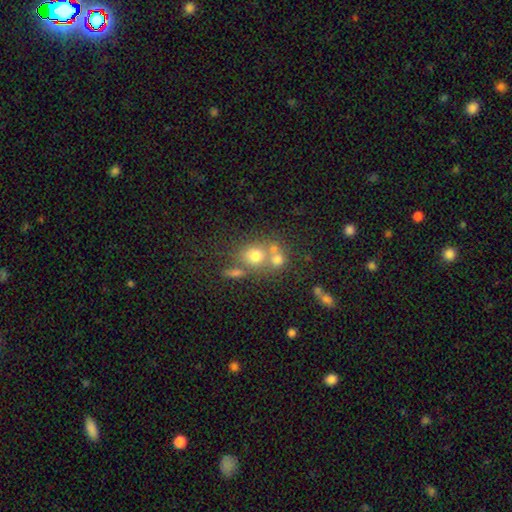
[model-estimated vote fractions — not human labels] This is likely a smooth galaxy (66%). How rounded: likely round (75%). Merging: possibly none (46%).